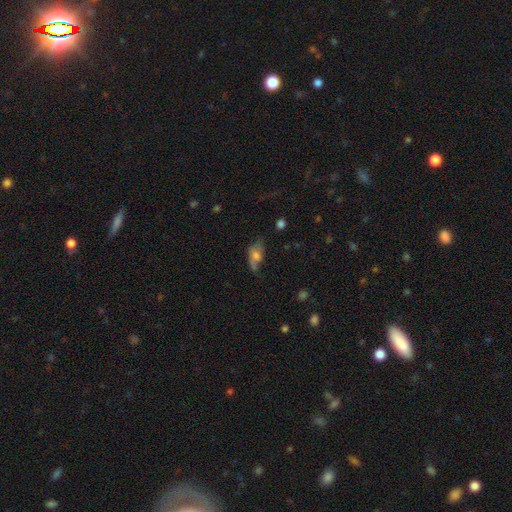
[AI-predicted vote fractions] Q: Smooth or featured?
A: smooth (56%); runner-up: featured or disk (34%)
Q: How rounded?
A: in between (85%); runner-up: cigar-shaped (8%)
Q: Merging?
A: none (41%); runner-up: minor disturbance (34%)